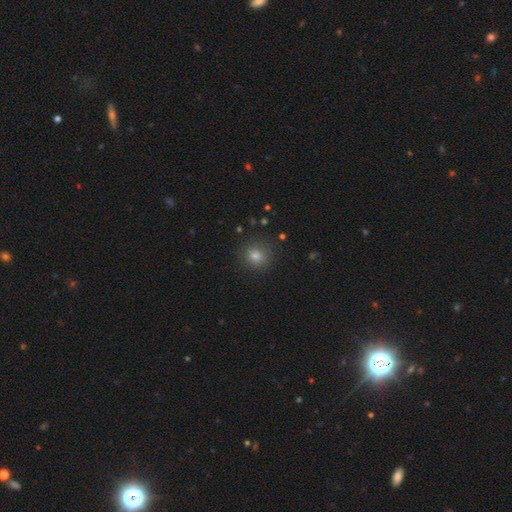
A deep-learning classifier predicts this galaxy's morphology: smooth 78%, star or artifact 16%, featured or disk 6%. Down the decision tree: how rounded — round (92%); merging — none (89%).